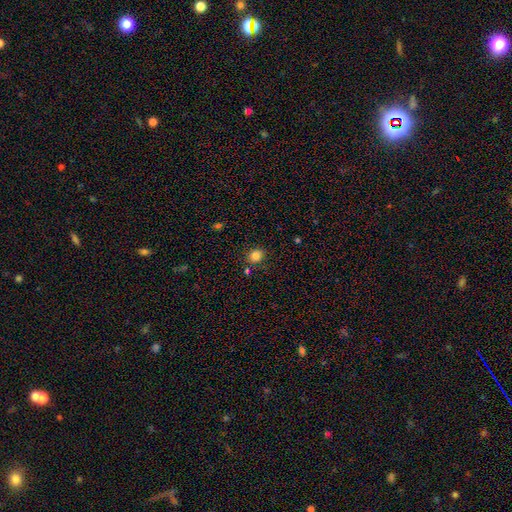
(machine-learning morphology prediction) This is clearly a smooth galaxy (82%). How rounded: likely round (72%). Merging: clearly none (84%).